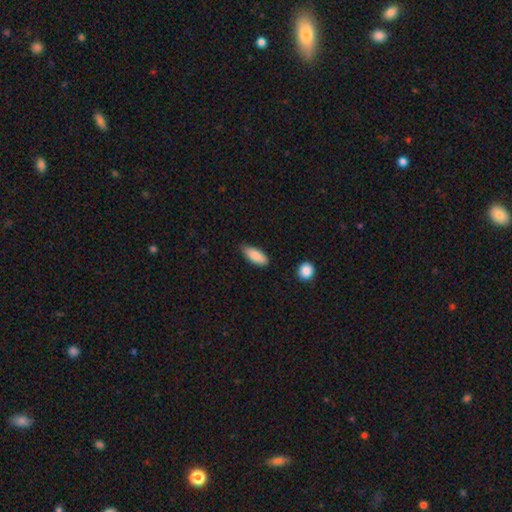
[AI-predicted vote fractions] smooth_or_featured: smooth (p=0.88) [alt: star or artifact p=0.06]
how_rounded: in between (p=0.79) [alt: cigar-shaped p=0.19]
merging: none (p=0.79) [alt: minor disturbance p=0.17]